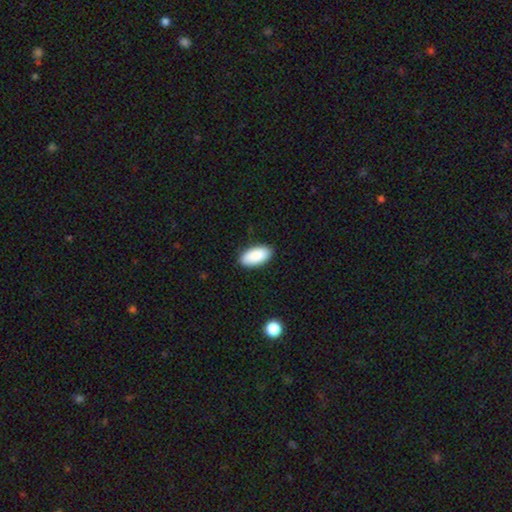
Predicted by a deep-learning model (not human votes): smooth-or-featured: smooth: 90% | star or artifact: 6% | featured or disk: 4%
  how-rounded: in between: 94% | cigar-shaped: 4% | round: 2%
  merging: none: 88% | minor disturbance: 9% | major disturbance: 2% | merger: 1%